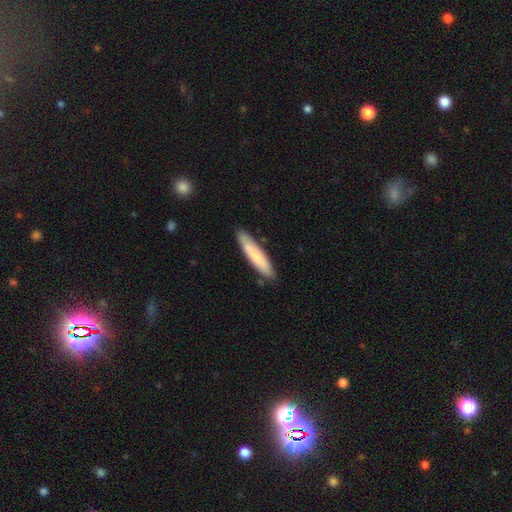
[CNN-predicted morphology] smooth 77%, featured or disk 18%, star or artifact 5%. Down the decision tree: how rounded — cigar-shaped (85%); merging — none (85%).